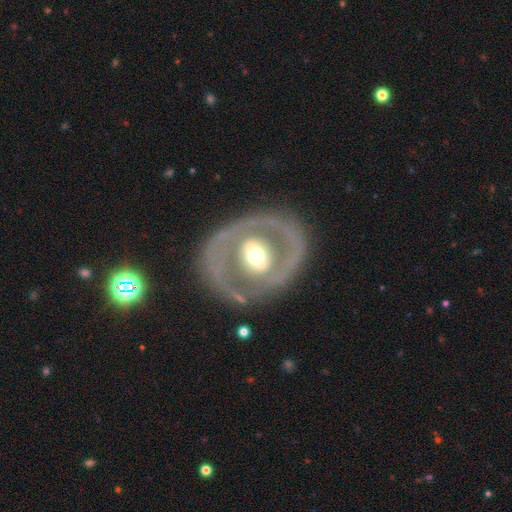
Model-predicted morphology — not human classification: type=featured or disk (70%); edge-on=no (93%); bar=no (39%); spiral arms=no (75%); bulge=moderate (66%); merging=none (76%).